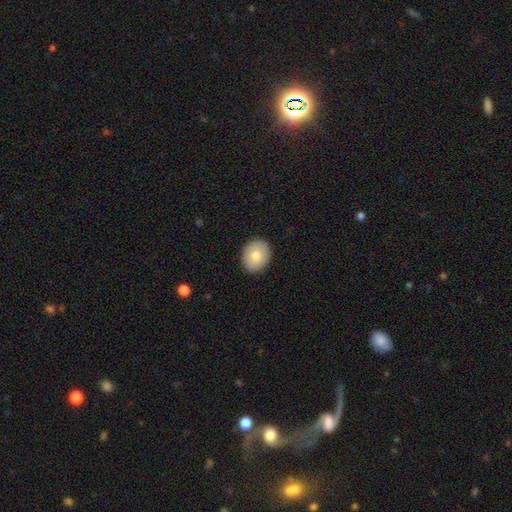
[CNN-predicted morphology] The model was most divided on "how rounded": round: 60%, in between: 39%, cigar-shaped: 1%. More confident: merging — none (90%); smooth or featured — smooth (77%).